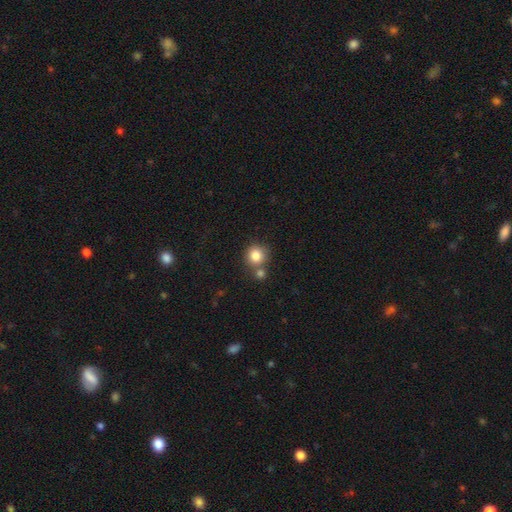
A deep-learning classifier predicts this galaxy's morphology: A smooth galaxy with no disk features (83%) that is round (90%).

Vote fractions:
- Smooth or featured? smooth: 83% / star or artifact: 10% / featured or disk: 7%
- How rounded? round: 90% / in between: 9% / cigar-shaped: 1%
- Merging? none: 63% / merger: 26% / minor disturbance: 9% / major disturbance: 3%